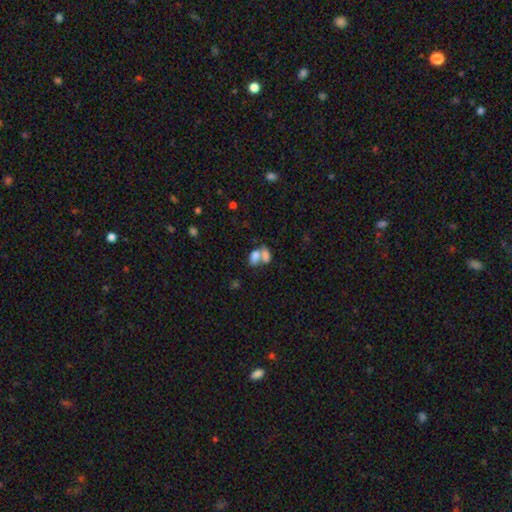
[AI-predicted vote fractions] smooth_or_featured: smooth (p=0.77) [alt: featured or disk p=0.13]
how_rounded: in between (p=0.88) [alt: round p=0.09]
merging: merger (p=0.65) [alt: none p=0.23]